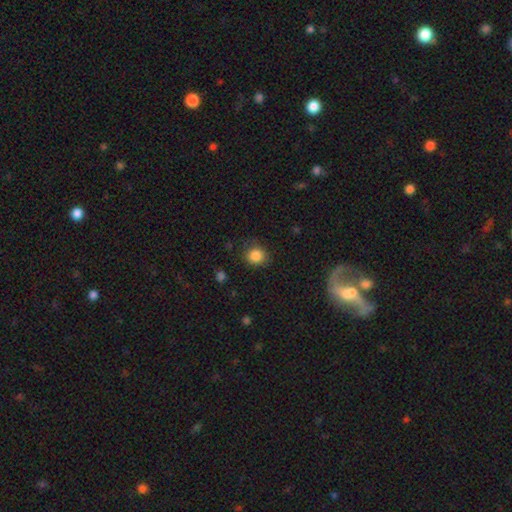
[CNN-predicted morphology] type=smooth (85%); roundness=round (83%); merging=none (80%).